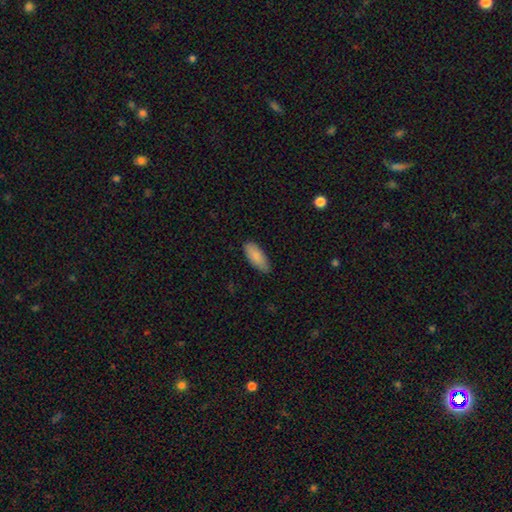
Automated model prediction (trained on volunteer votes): Smooth or featured: smooth — 86% (featured or disk — 8%)
How rounded: in between — 82% (cigar-shaped — 17%)
Merging: none — 82% (minor disturbance — 15%)